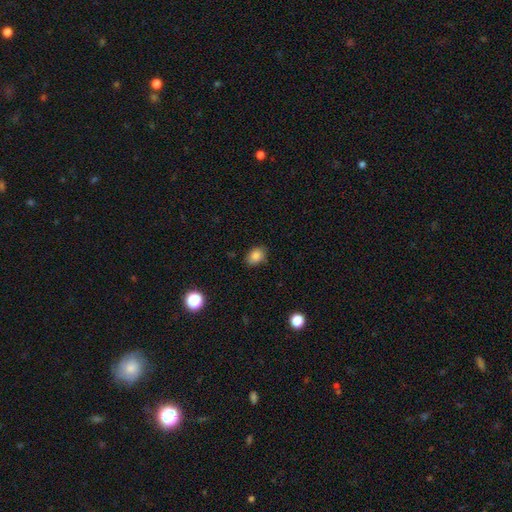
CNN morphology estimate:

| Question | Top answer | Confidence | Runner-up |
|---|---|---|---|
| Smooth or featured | smooth | 84% | star or artifact (10%) |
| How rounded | in between | 68% | round (31%) |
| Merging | none | 82% | minor disturbance (14%) |